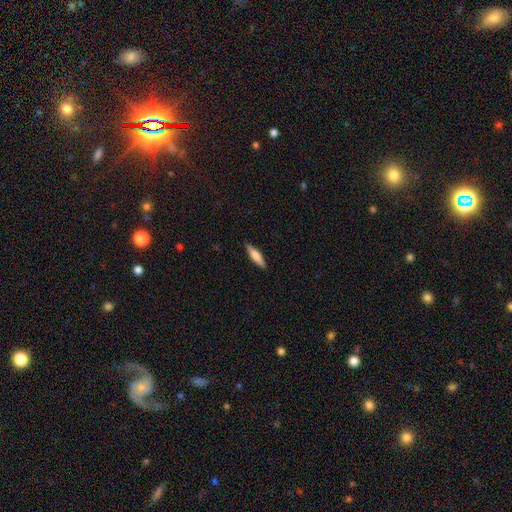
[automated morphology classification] This appears to be a smooth galaxy with no disk features (70%) that is cigar-shaped (78%). Merging: none (88%).